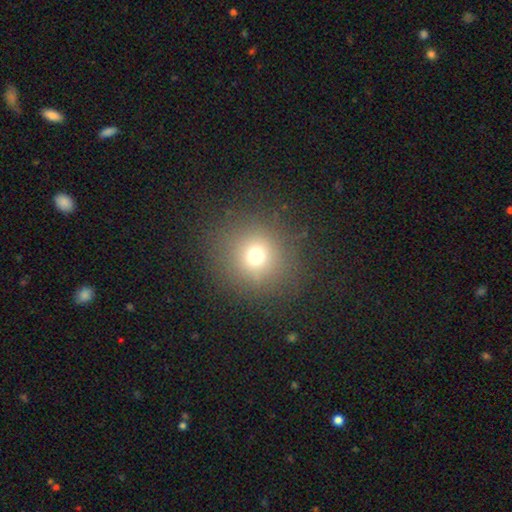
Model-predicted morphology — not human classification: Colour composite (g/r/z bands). It shows a smooth galaxy with no disk features (70%) that is round (92%). Merging: none (86%).